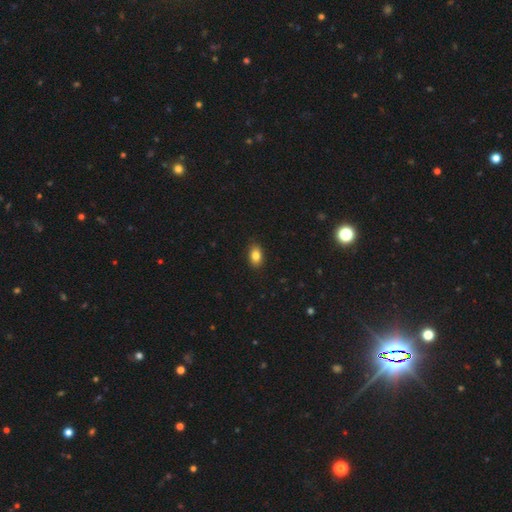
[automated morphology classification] smooth_or_featured: smooth (p=0.84) [alt: star or artifact p=0.09]
how_rounded: in between (p=0.84) [alt: round p=0.14]
merging: none (p=0.87) [alt: minor disturbance p=0.10]